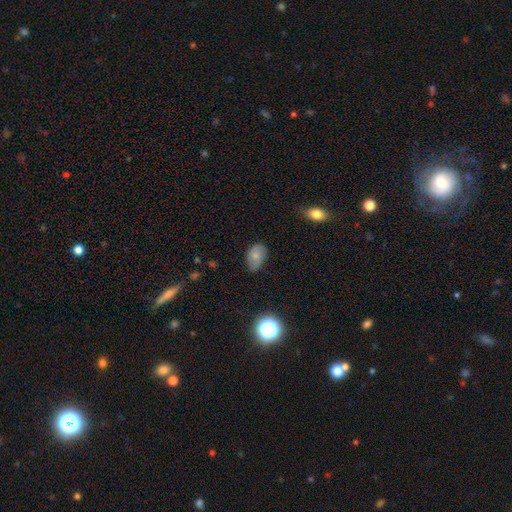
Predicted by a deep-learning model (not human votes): The model was most divided on "merging": none: 65%, minor disturbance: 28%, major disturbance: 5%, merger: 2%. More confident: how rounded — in between (85%); smooth or featured — smooth (75%).